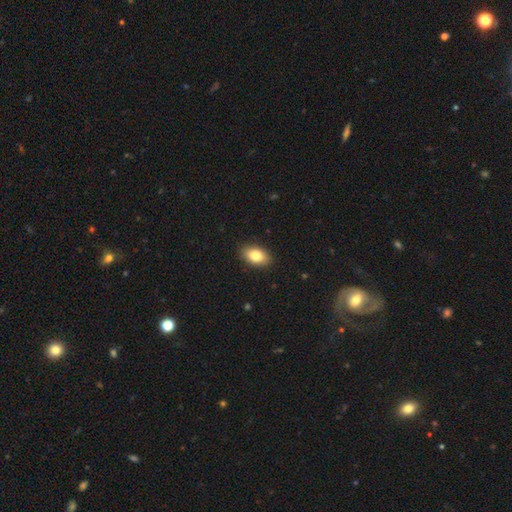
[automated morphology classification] Q: Smooth or featured?
A: smooth (84%); runner-up: featured or disk (9%)
Q: How rounded?
A: in between (90%); runner-up: round (8%)
Q: Merging?
A: none (89%); runner-up: minor disturbance (8%)